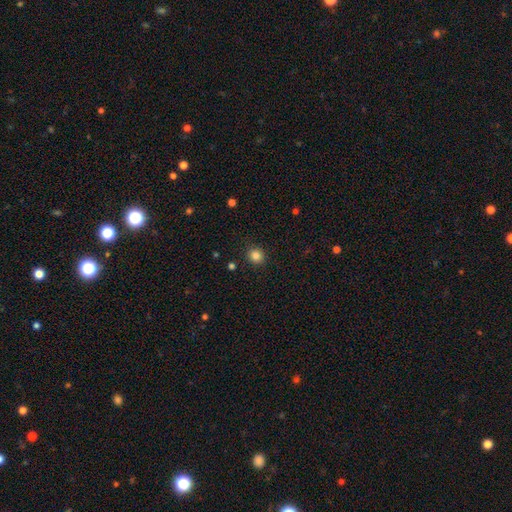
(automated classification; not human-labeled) smooth-or-featured: smooth: 84% | star or artifact: 12% | featured or disk: 4%
  how-rounded: round: 89% | in between: 11% | cigar-shaped: 1%
  merging: none: 91% | minor disturbance: 6% | major disturbance: 2% | merger: 1%